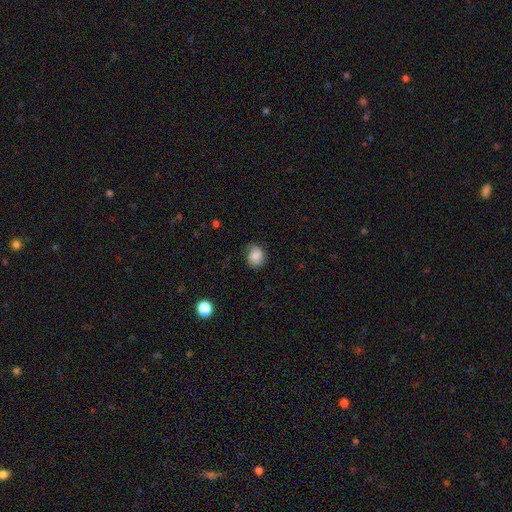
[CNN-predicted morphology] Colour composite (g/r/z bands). It shows a smooth galaxy with no disk features (72%) that is round (62%). Merging: none (68%).